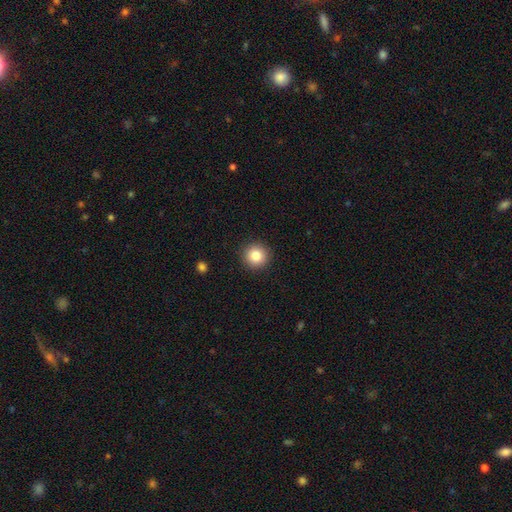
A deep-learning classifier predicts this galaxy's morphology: Smooth or featured?
  - smooth: 83% *
  - star or artifact: 10%
  - featured or disk: 7%
How rounded?
  - round: 95% *
  - in between: 4%
  - cigar-shaped: 1%
Merging?
  - none: 92% *
  - minor disturbance: 5%
  - major disturbance: 2%
  - merger: 1%